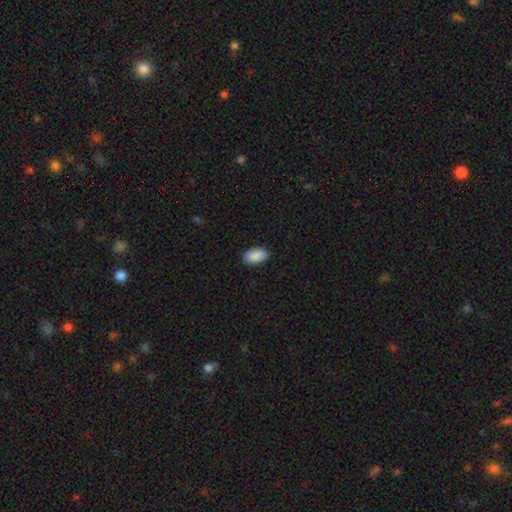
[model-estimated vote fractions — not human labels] Q: Smooth or featured?
A: smooth (91%); runner-up: star or artifact (6%)
Q: How rounded?
A: in between (95%); runner-up: round (3%)
Q: Merging?
A: none (89%); runner-up: minor disturbance (8%)